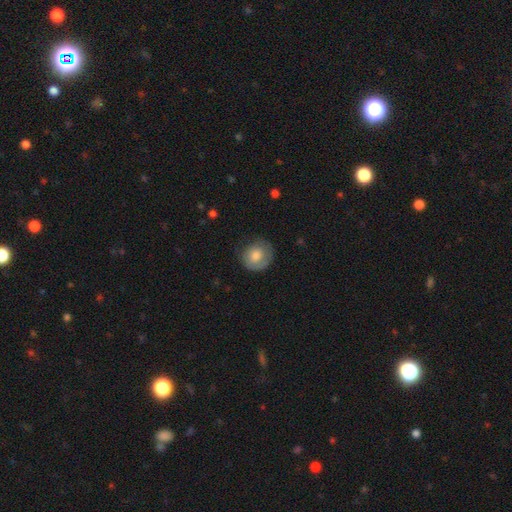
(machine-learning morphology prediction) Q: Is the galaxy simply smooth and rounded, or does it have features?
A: smooth — 71%.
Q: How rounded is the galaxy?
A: round — 84%.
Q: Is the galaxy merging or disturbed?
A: none — 71%.